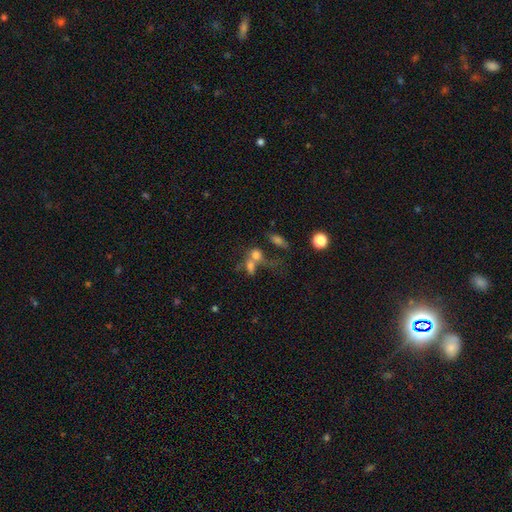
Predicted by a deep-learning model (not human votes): Smooth or featured? Predicted: smooth (p=0.66). How rounded? Predicted: in between (p=0.56). Merging? Predicted: merger (p=0.56).